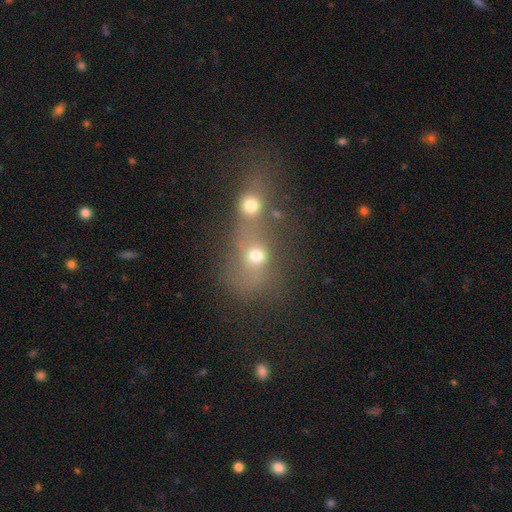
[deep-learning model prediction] A smooth galaxy with no disk features (58%) that is round (63%). Merging: merger (75%).